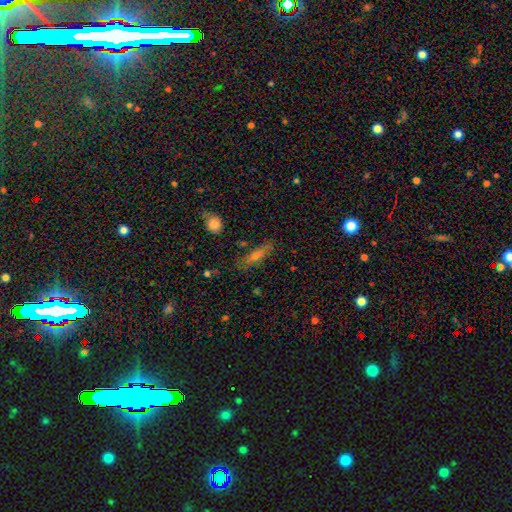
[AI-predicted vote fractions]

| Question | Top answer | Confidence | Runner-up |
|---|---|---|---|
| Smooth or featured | smooth | 48% | featured or disk (39%) |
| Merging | none | 79% | minor disturbance (15%) |